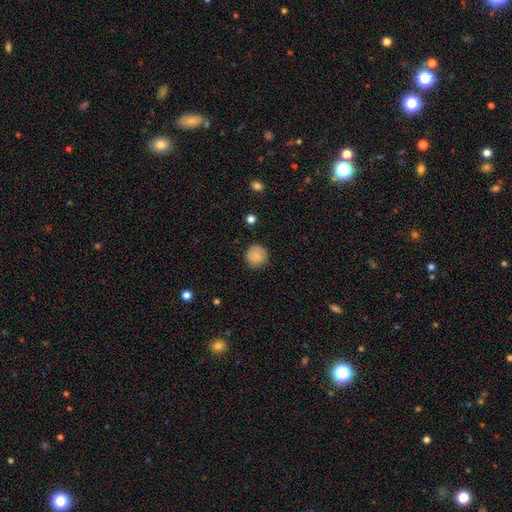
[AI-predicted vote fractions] This is clearly a smooth galaxy (83%). How rounded: clearly round (94%). Merging: clearly none (87%).